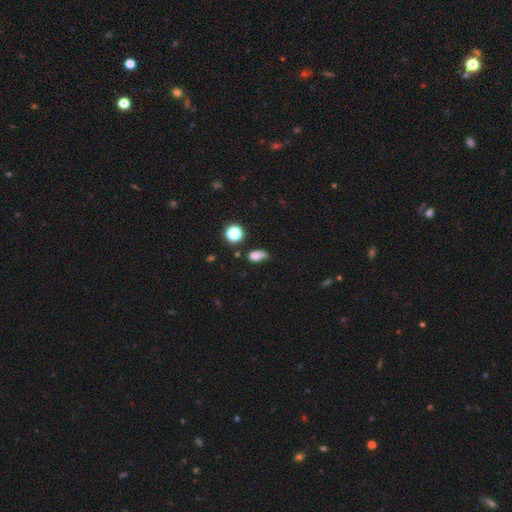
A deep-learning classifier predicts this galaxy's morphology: type=smooth (72%); roundness=in between (70%); merging=none (39%).